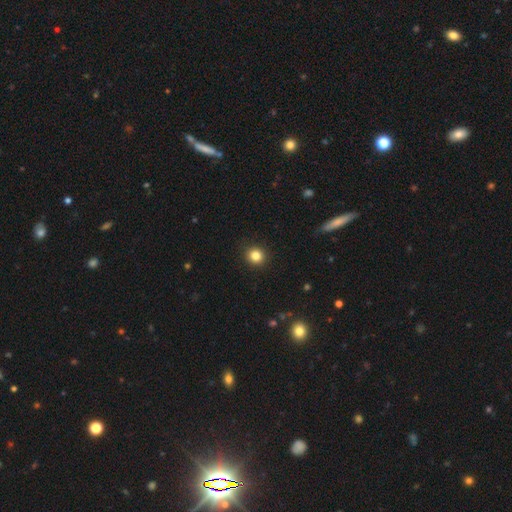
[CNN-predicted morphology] Smooth or featured: smooth — 84% (star or artifact — 11%)
How rounded: round — 91% (in between — 8%)
Merging: none — 92% (minor disturbance — 5%)